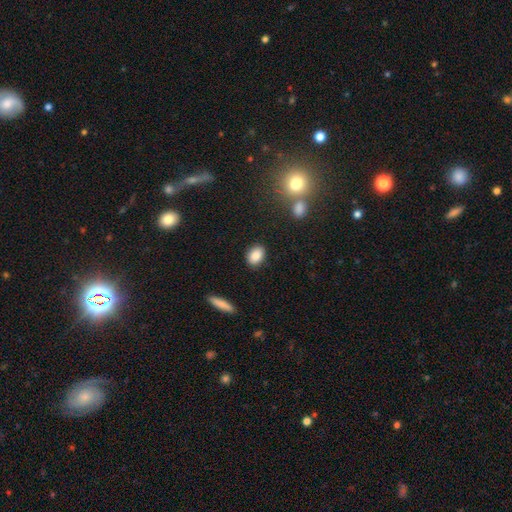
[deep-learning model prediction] Smooth or featured? Predicted: smooth (p=0.85). How rounded? Predicted: in between (p=0.76). Merging? Predicted: none (p=0.86).